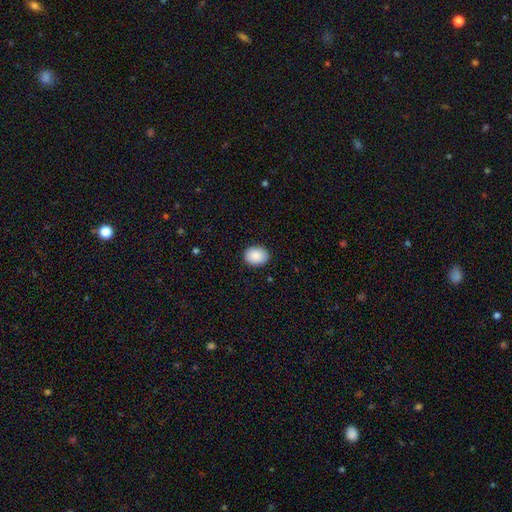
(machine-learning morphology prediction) smooth-or-featured: smooth: 89% | star or artifact: 7% | featured or disk: 4%
  how-rounded: in between: 62% | round: 37% | cigar-shaped: 1%
  merging: none: 89% | minor disturbance: 8% | major disturbance: 2% | merger: 1%